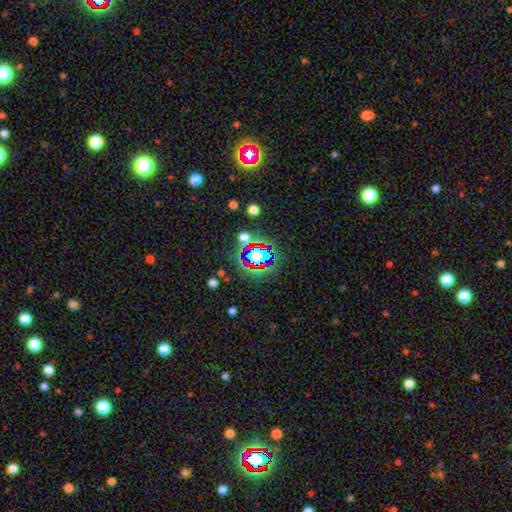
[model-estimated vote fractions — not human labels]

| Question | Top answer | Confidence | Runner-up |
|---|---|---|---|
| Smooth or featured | star or artifact | 56% | smooth (31%) |